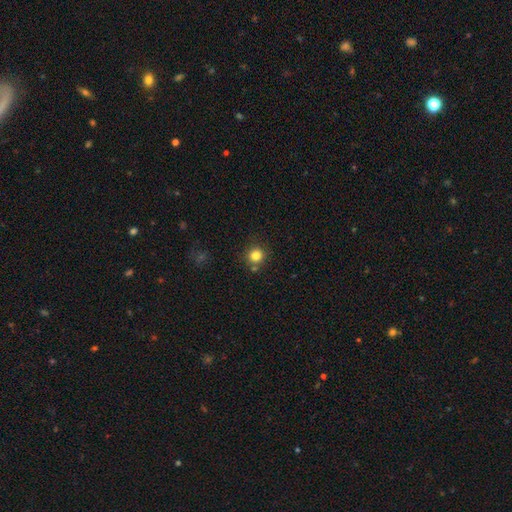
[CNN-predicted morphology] A smooth galaxy with no disk features (82%) that is round (91%).

Vote fractions:
- Smooth or featured? smooth: 82% / star or artifact: 12% / featured or disk: 6%
- How rounded? round: 91% / in between: 8% / cigar-shaped: 1%
- Merging? none: 80% / minor disturbance: 9% / merger: 8% / major disturbance: 3%